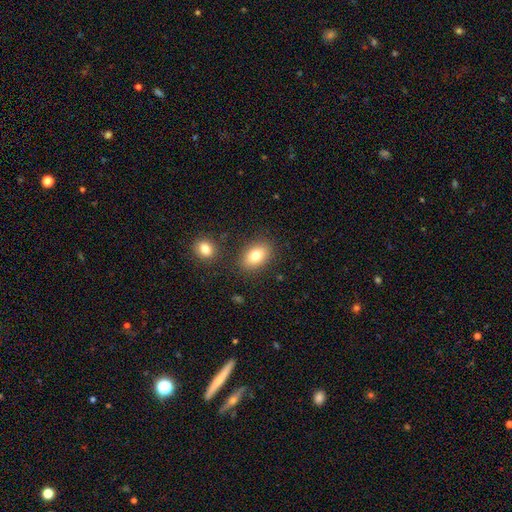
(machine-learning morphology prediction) smooth 80%, featured or disk 11%, star or artifact 9%. Down the decision tree: how rounded — in between (84%); merging — none (83%).